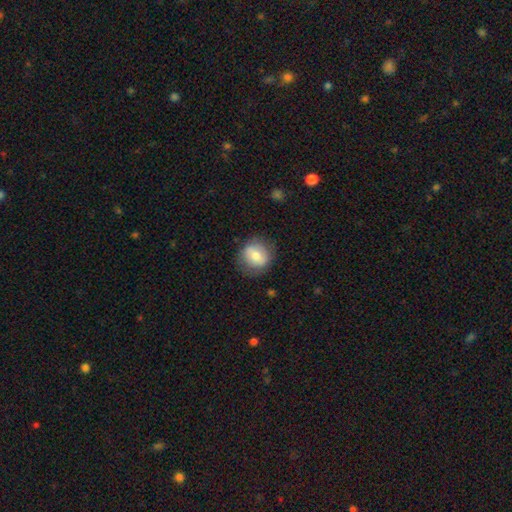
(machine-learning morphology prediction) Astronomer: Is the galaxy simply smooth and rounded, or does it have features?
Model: smooth — 69%.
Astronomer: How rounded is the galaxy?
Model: round — 83%.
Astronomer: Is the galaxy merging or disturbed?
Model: none — 79%.